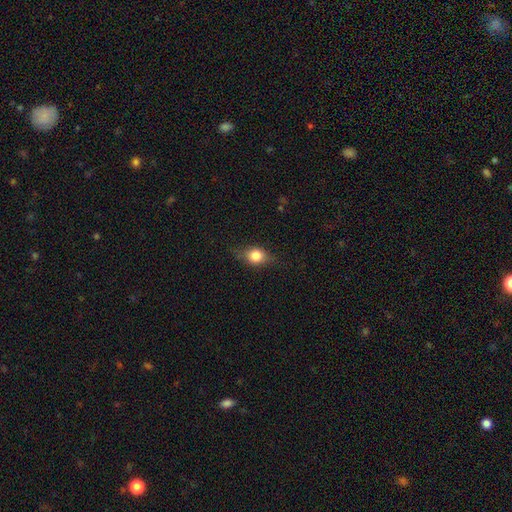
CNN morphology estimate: This appears to be a smooth galaxy with no disk features (70%) that is round (50%). Merging: none (75%).